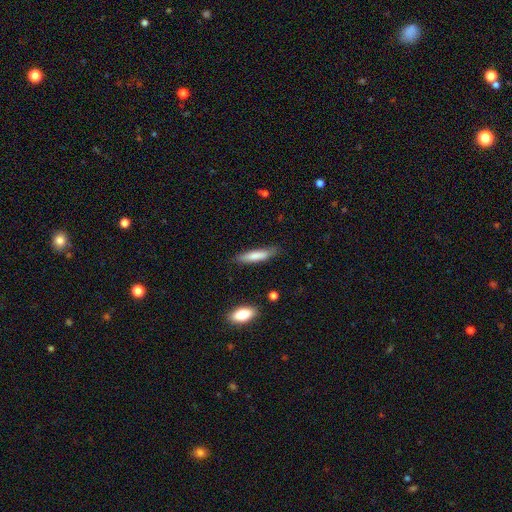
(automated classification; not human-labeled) A smooth galaxy with no disk features (78%) that is cigar-shaped (79%).

Vote fractions:
- Smooth or featured? smooth: 78% / featured or disk: 16% / star or artifact: 6%
- How rounded? cigar-shaped: 79% / in between: 20% / round: 1%
- Merging? none: 80% / minor disturbance: 15% / major disturbance: 3% / merger: 2%